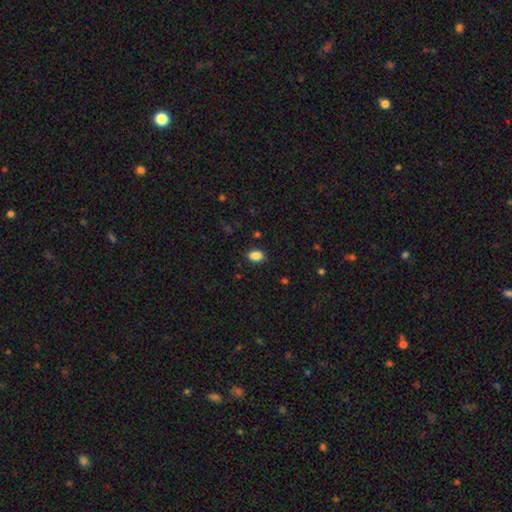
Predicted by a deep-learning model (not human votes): A smooth galaxy with no disk features (87%) that is in between round and cigar-shaped (84%).

Vote fractions:
- Smooth or featured? smooth: 87% / star or artifact: 9% / featured or disk: 4%
- How rounded? in between: 84% / round: 14% / cigar-shaped: 2%
- Merging? none: 88% / minor disturbance: 9% / major disturbance: 2% / merger: 1%